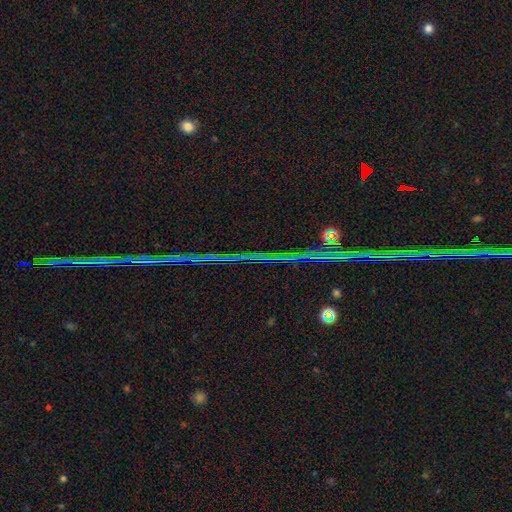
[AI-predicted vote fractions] Overall: star or artifact (88%).